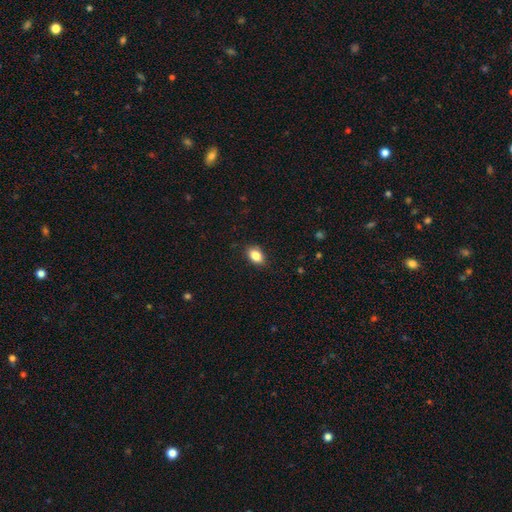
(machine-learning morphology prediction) Q: Smooth or featured?
A: smooth (86%); runner-up: star or artifact (8%)
Q: How rounded?
A: in between (87%); runner-up: round (11%)
Q: Merging?
A: none (87%); runner-up: minor disturbance (10%)